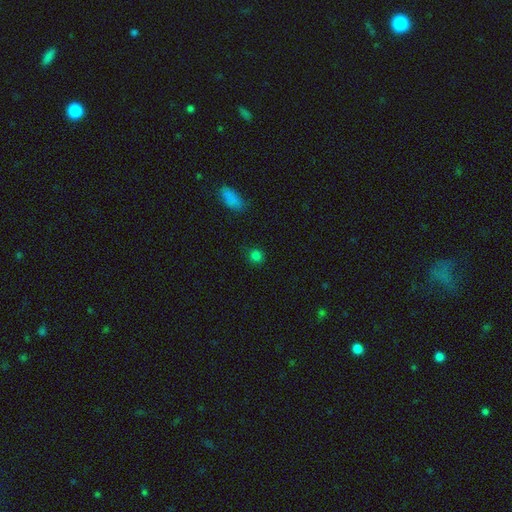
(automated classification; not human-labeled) This appears to be a smooth galaxy with no disk features (79%) that is round (84%). Merging: none (84%).